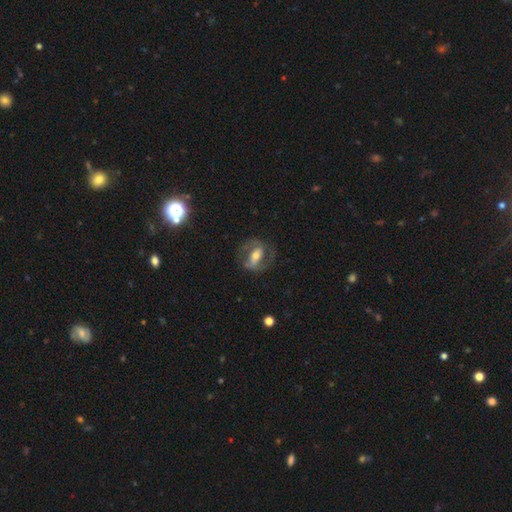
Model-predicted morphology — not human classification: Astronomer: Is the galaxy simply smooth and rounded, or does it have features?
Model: featured or disk — 68%.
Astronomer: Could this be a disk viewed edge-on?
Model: no — 92%.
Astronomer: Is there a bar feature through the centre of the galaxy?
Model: strong — 51% (runner-up: weak, 27%).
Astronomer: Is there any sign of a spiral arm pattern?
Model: yes — 64%.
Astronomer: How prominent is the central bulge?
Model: moderate — 59%.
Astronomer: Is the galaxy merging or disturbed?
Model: none — 68%.